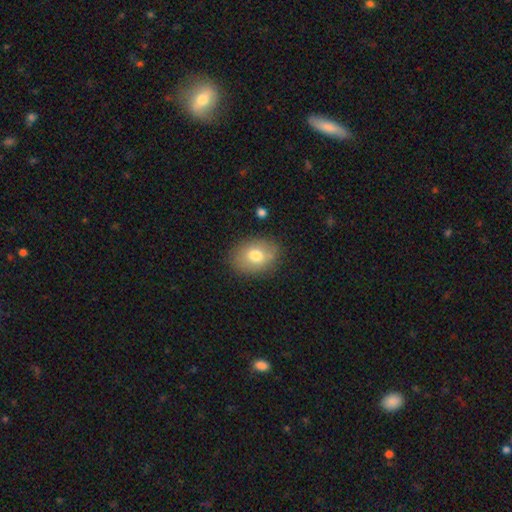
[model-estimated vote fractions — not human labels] smooth_or_featured: smooth (p=0.75) [alt: featured or disk p=0.16]
how_rounded: in between (p=0.68) [alt: round p=0.31]
merging: none (p=0.81) [alt: minor disturbance p=0.13]